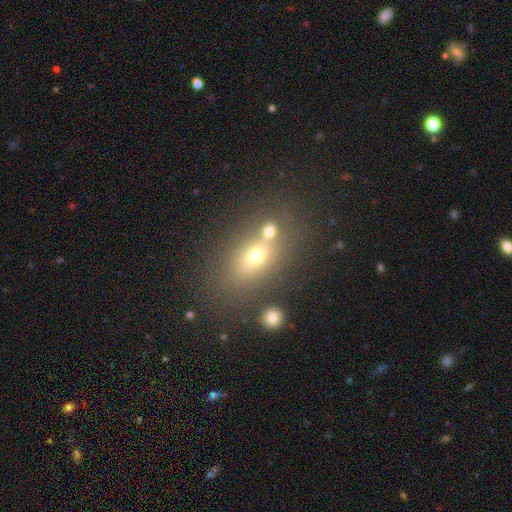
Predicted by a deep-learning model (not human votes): Overall: smooth (55%; featured or disk 25%). How rounded: in between (65%; round 27%). Merging: none (51%; merger 33%).